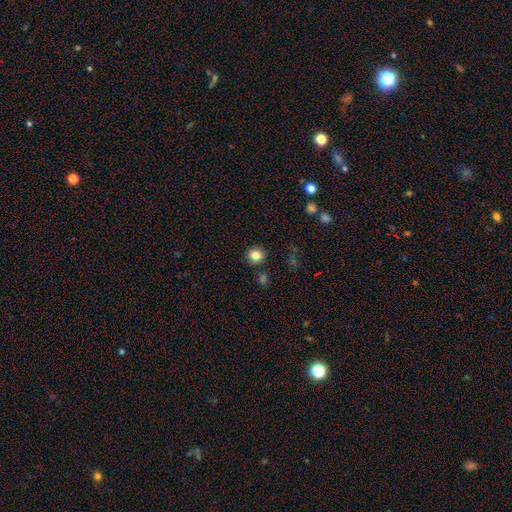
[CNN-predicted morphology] Q: Smooth or featured?
A: smooth (81%); runner-up: star or artifact (12%)
Q: How rounded?
A: round (86%); runner-up: in between (13%)
Q: Merging?
A: none (87%); runner-up: minor disturbance (8%)